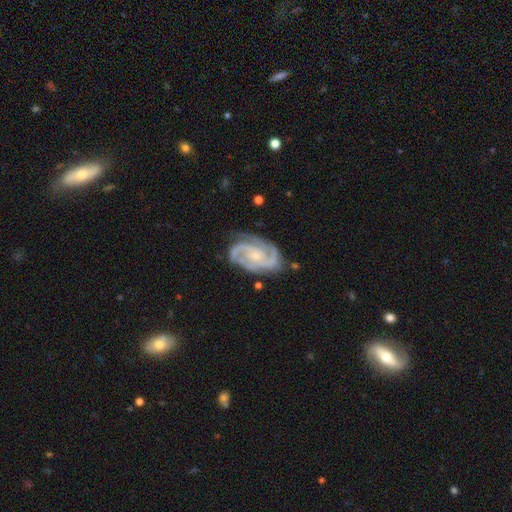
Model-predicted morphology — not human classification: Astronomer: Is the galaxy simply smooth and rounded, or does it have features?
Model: featured or disk — 92%.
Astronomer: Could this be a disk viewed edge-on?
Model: no — 98%.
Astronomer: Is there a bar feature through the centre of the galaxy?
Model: no — 62%.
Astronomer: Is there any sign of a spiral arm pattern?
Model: yes — 99%.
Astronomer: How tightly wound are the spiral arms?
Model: tight — 54% (runner-up: medium, 41%).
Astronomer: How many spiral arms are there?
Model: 2 — 53% (runner-up: 3, 33%).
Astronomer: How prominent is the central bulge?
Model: small — 67%.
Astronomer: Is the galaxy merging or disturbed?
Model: none — 76%.